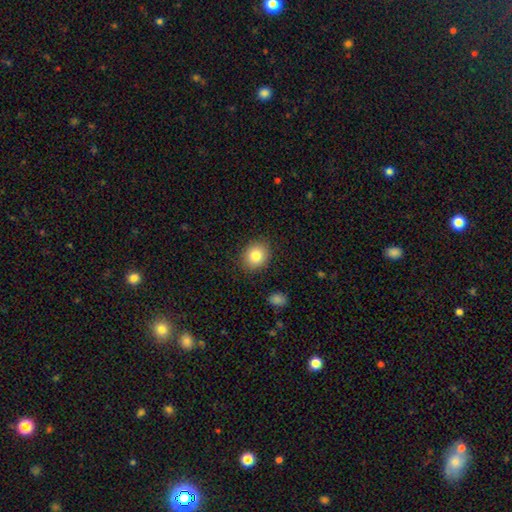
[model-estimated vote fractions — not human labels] A smooth galaxy with no disk features (83%) that is round (68%).

Vote fractions:
- Smooth or featured? smooth: 83% / star or artifact: 9% / featured or disk: 8%
- How rounded? round: 68% / in between: 31% / cigar-shaped: 1%
- Merging? none: 87% / minor disturbance: 9% / major disturbance: 3% / merger: 1%